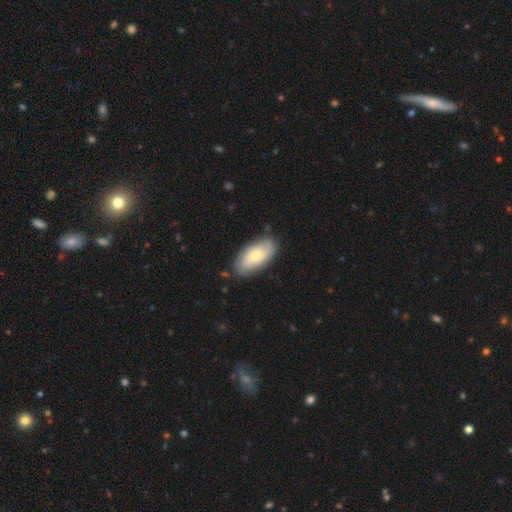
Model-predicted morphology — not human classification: Smooth or featured?
  - smooth: 66% *
  - featured or disk: 28%
  - star or artifact: 6%
How rounded?
  - in between: 93% *
  - cigar-shaped: 5%
  - round: 2%
Merging?
  - none: 81% *
  - minor disturbance: 14%
  - major disturbance: 3%
  - merger: 2%